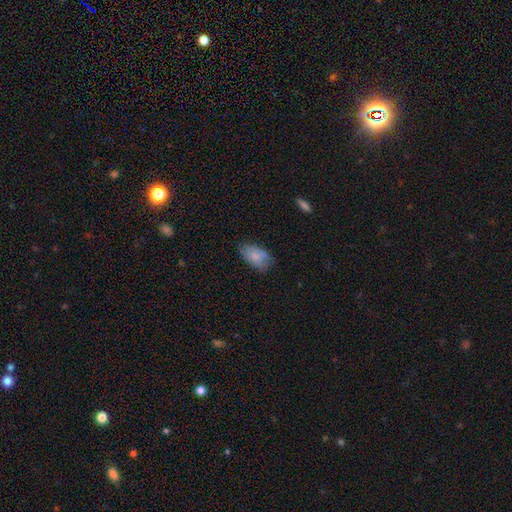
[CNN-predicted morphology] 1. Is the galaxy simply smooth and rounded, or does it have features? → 79% smooth, 14% featured or disk, 7% star or artifact.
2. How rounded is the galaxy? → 94% in between, 4% round, 2% cigar-shaped.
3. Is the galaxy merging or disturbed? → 63% none, 28% minor disturbance, 7% major disturbance, 2% merger.